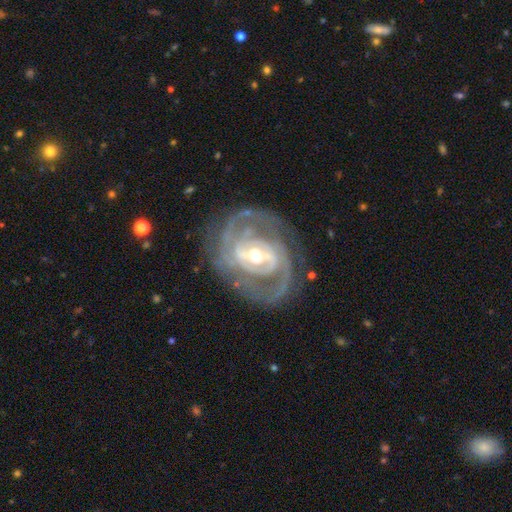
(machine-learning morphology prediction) This appears to be a featured or disk galaxy (92%) with a weak bar (41%), 2 (52%) tight (56%) spiral arms (97%) and a moderate central bulge (68%). Merging: none (74%).